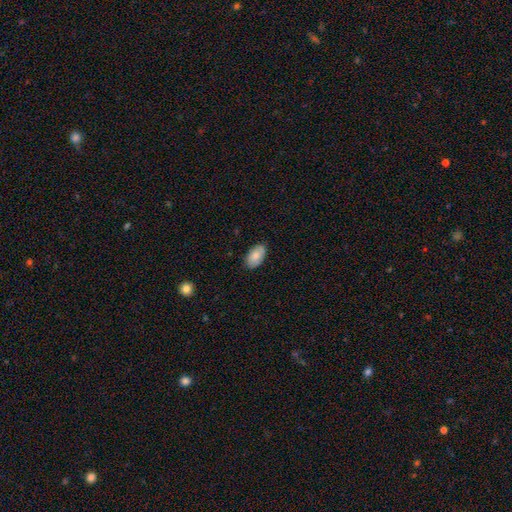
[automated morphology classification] Q: Smooth or featured?
A: smooth (79%); runner-up: featured or disk (15%)
Q: How rounded?
A: in between (95%); runner-up: round (4%)
Q: Merging?
A: none (85%); runner-up: minor disturbance (12%)